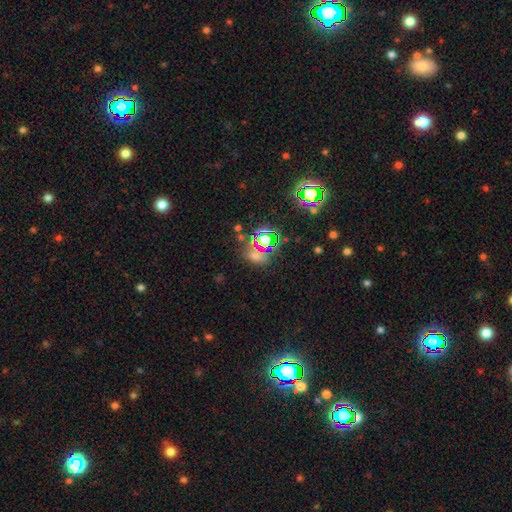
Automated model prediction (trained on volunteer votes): This is possibly a star or artifact rather than a galaxy (46%).